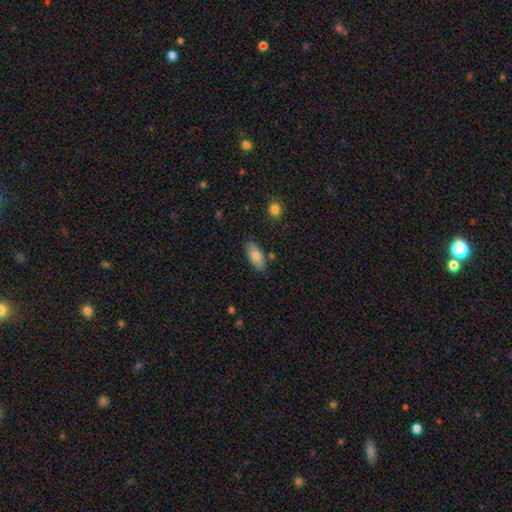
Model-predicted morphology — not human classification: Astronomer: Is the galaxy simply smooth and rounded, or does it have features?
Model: smooth — 78%.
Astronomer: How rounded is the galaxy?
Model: in between — 90%.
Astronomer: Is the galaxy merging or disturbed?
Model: none — 81%.